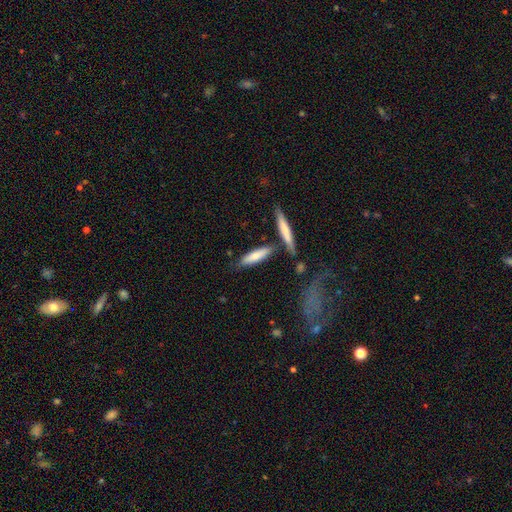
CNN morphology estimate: Q: Smooth or featured?
A: smooth (73%); runner-up: featured or disk (21%)
Q: How rounded?
A: cigar-shaped (72%); runner-up: in between (26%)
Q: Merging?
A: none (68%); runner-up: minor disturbance (15%)